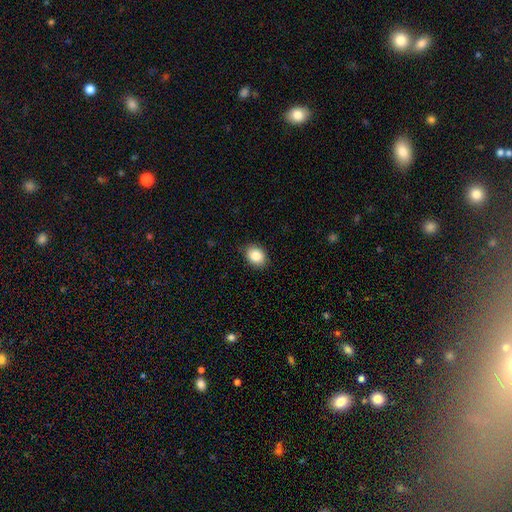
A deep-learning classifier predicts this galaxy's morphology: smooth_or_featured: smooth (p=0.85) [alt: star or artifact p=0.09]
how_rounded: in between (p=0.58) [alt: round p=0.41]
merging: none (p=0.87) [alt: minor disturbance p=0.10]